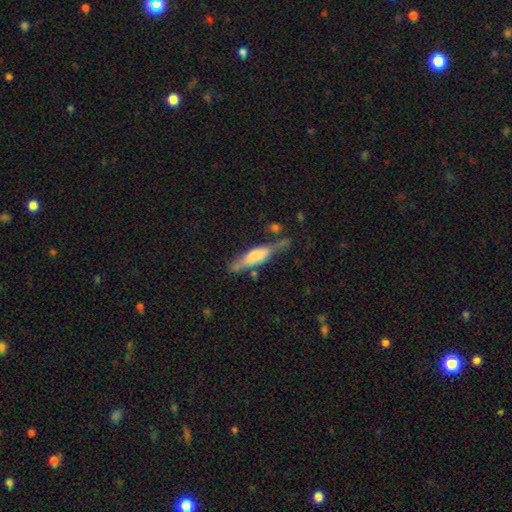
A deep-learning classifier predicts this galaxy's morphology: This is possibly a smooth galaxy (50%). Merging: possibly none (50%).